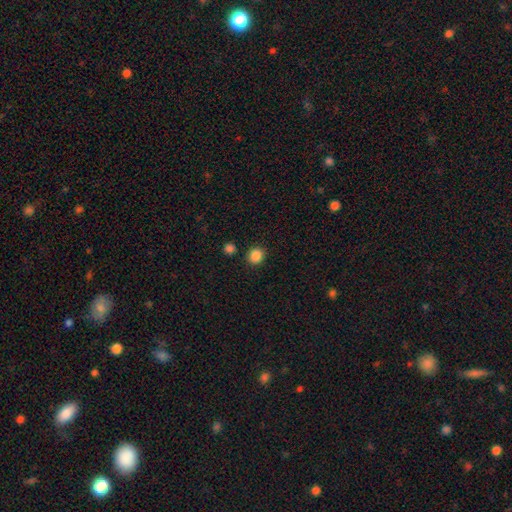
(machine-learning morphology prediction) Smooth or featured? Predicted: smooth (p=0.87). How rounded? Predicted: round (p=0.84). Merging? Predicted: none (p=0.88).